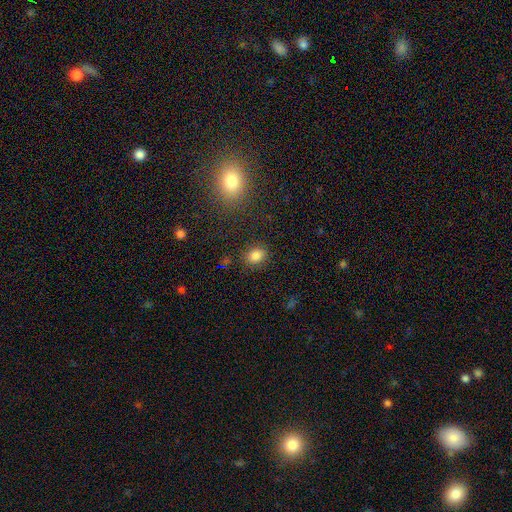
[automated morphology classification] smooth 83%, star or artifact 12%, featured or disk 5%. Down the decision tree: how rounded — in between (57%); merging — none (85%).